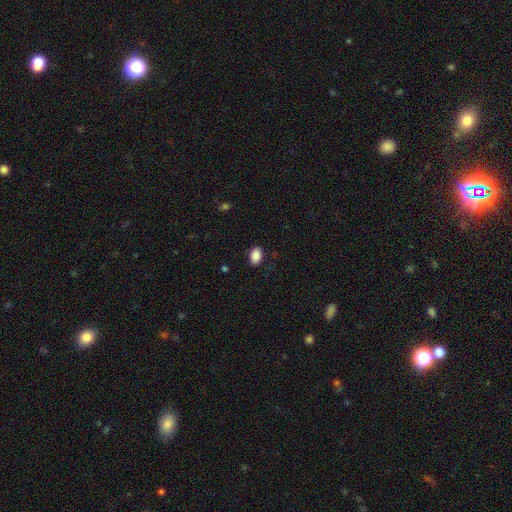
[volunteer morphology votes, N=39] A smooth galaxy with no disk features (92%) that is in between round and cigar-shaped (86%).

Vote fractions:
- Smooth or featured? smooth: 92% / star or artifact: 5% / featured or disk: 3%
- How rounded? in between: 86% / round: 14% / cigar-shaped: 0%
- Merging? none: 81% / minor disturbance: 16% / major disturbance: 3% / merger: 0%